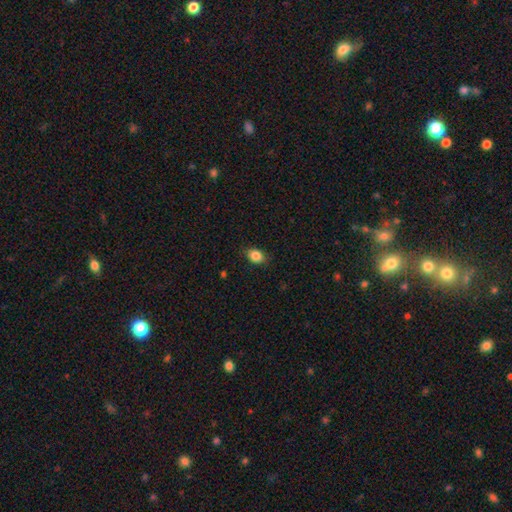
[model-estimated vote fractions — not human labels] This appears to be a smooth galaxy with no disk features (86%) that is in between round and cigar-shaped (70%). Merging: none (84%).